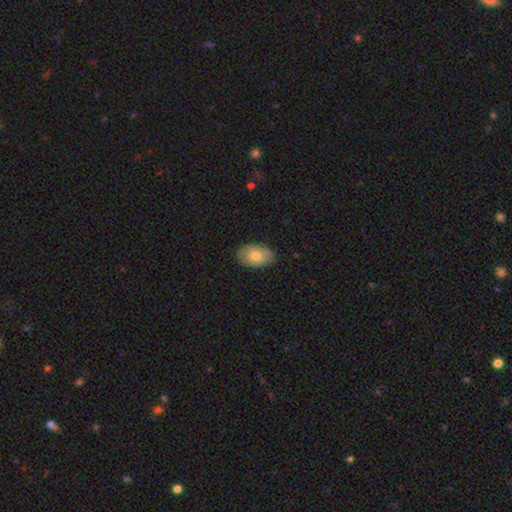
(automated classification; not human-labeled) Q: Smooth or featured?
A: smooth (76%); runner-up: featured or disk (18%)
Q: How rounded?
A: in between (91%); runner-up: round (7%)
Q: Merging?
A: none (84%); runner-up: minor disturbance (13%)